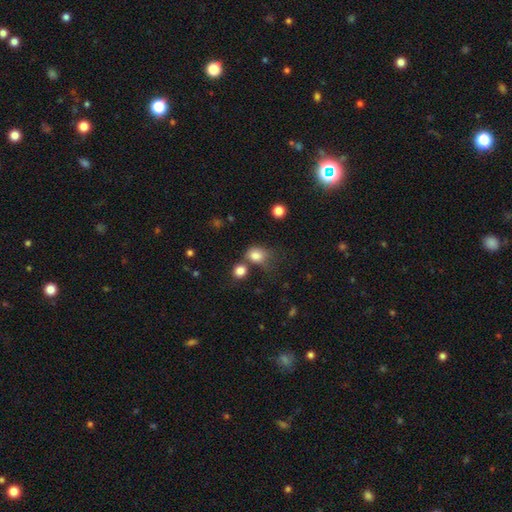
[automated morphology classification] Smooth or featured? smooth (80%)
How rounded? round (58%)
Merging? none (46%)